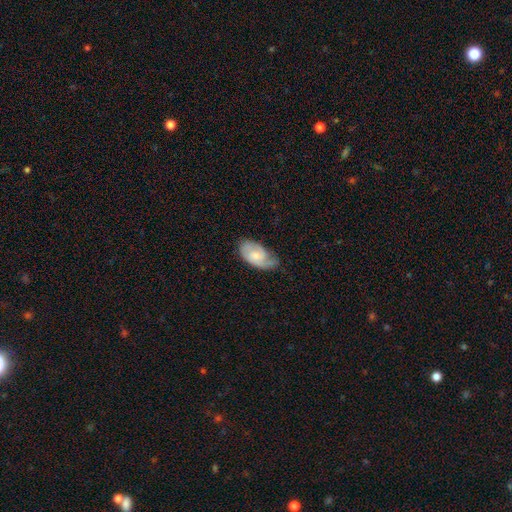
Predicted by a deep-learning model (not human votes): Smooth or featured? Predicted: featured or disk (p=0.49). Merging? Predicted: none (p=0.52).